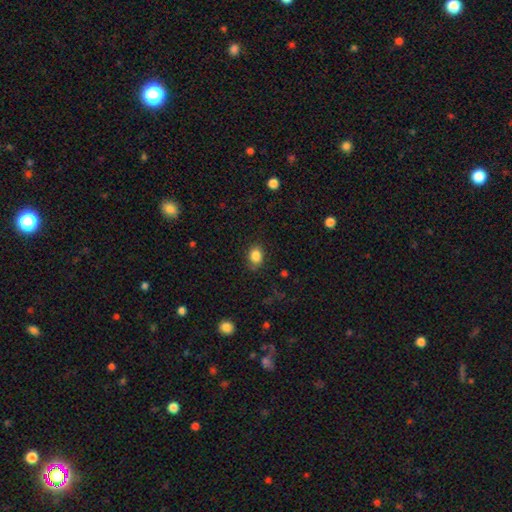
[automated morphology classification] Overall: smooth (86%). How rounded: in between (62%; round 37%). Merging: none (82%).